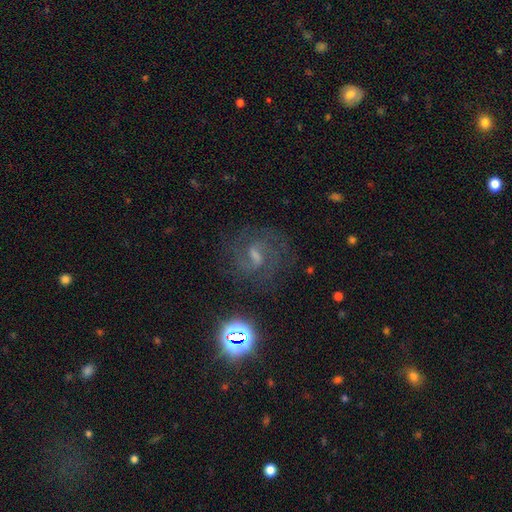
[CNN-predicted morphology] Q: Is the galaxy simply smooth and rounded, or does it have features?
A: featured or disk — 68%.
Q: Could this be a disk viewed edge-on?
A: no — 96%.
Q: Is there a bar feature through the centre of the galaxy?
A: weak — 52%.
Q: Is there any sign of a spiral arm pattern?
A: yes — 92%.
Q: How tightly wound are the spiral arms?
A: medium — 53%.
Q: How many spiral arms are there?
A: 2 — 73%.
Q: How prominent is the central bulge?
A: small — 34%.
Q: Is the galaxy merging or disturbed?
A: none — 73%.